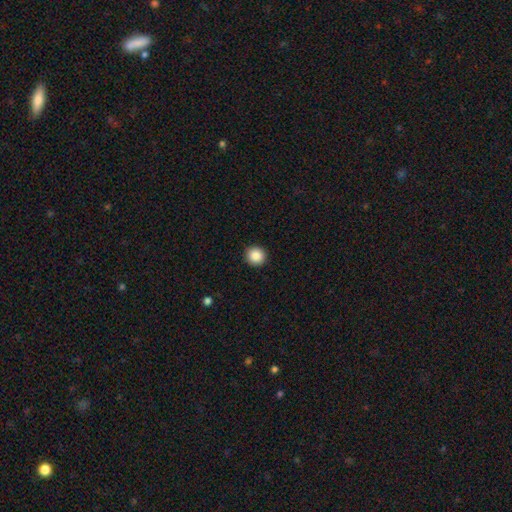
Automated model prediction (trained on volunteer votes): Q: Smooth or featured?
A: smooth (88%); runner-up: star or artifact (9%)
Q: How rounded?
A: round (93%); runner-up: in between (6%)
Q: Merging?
A: none (93%); runner-up: minor disturbance (5%)